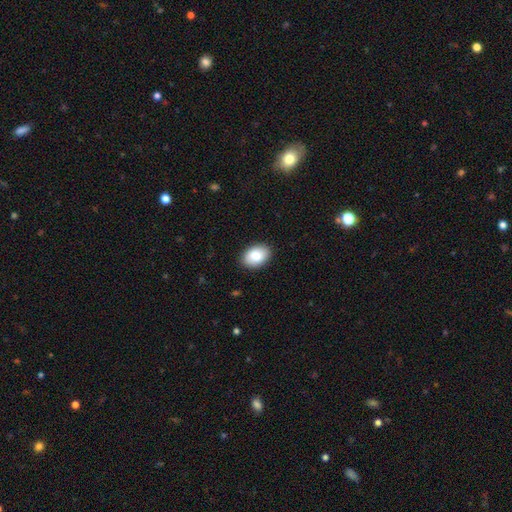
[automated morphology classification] Q: Smooth or featured?
A: smooth (85%); runner-up: featured or disk (9%)
Q: How rounded?
A: in between (85%); runner-up: round (14%)
Q: Merging?
A: none (90%); runner-up: minor disturbance (7%)